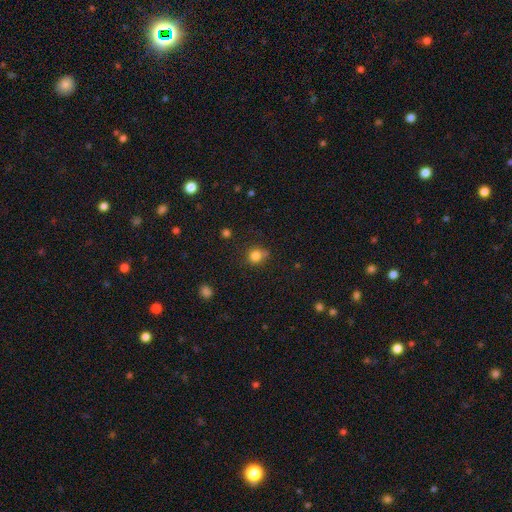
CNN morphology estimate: Smooth or featured? Predicted: smooth (p=0.82). How rounded? Predicted: round (p=0.83). Merging? Predicted: none (p=0.68).